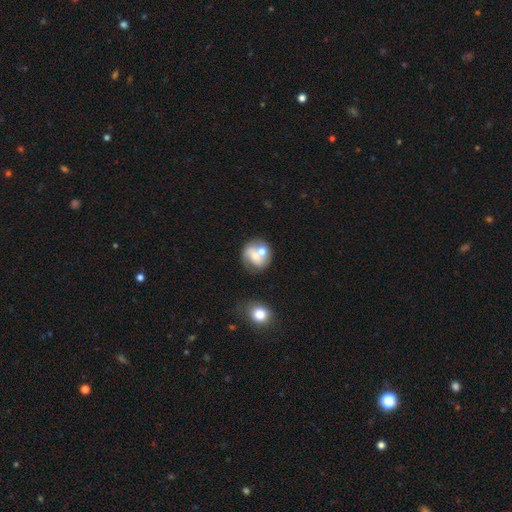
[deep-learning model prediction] A smooth galaxy with no disk features (46%).

Vote fractions:
- Smooth or featured? smooth: 46% / featured or disk: 45% / star or artifact: 9%
- Merging? none: 42% / merger: 38% / minor disturbance: 13% / major disturbance: 7%